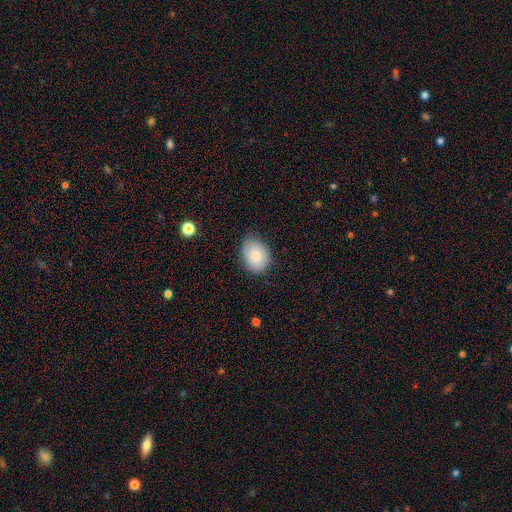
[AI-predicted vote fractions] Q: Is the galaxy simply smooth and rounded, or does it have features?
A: smooth — 82%.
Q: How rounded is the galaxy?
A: in between — 72%.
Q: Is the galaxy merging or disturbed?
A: none — 76%.